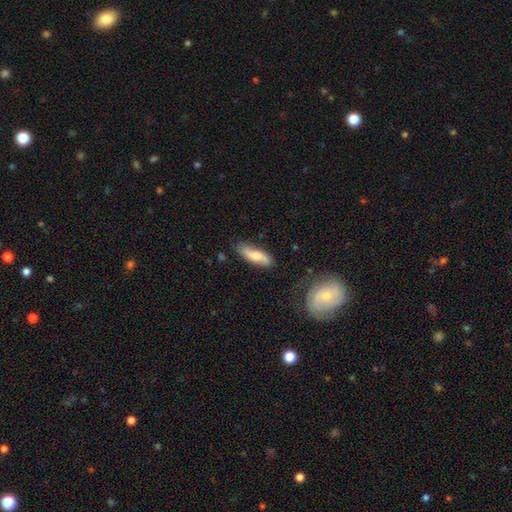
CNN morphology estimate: This is likely a smooth galaxy (62%). How rounded: possibly in between (51%). Merging: likely none (79%).